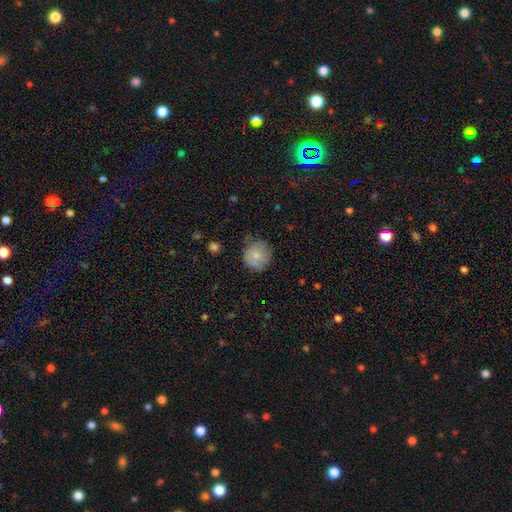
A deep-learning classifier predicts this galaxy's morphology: Smooth or featured? Predicted: smooth (p=0.76). How rounded? Predicted: round (p=0.90). Merging? Predicted: none (p=0.67).